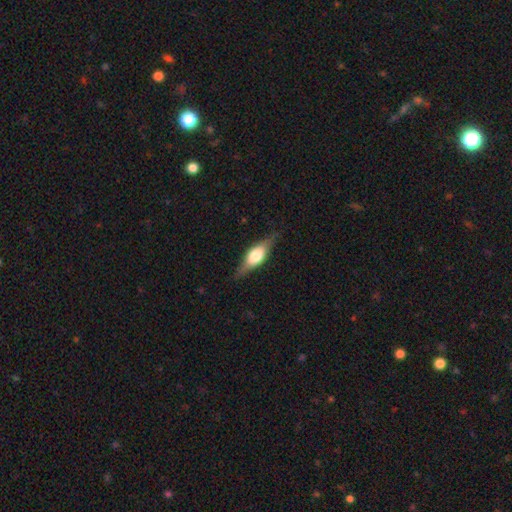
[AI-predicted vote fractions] Smooth or featured? Predicted: featured or disk (p=0.57). Edge-on disk? Predicted: yes (p=0.92). Edge-on bulge? Predicted: rounded (p=0.86). Merging? Predicted: none (p=0.80).